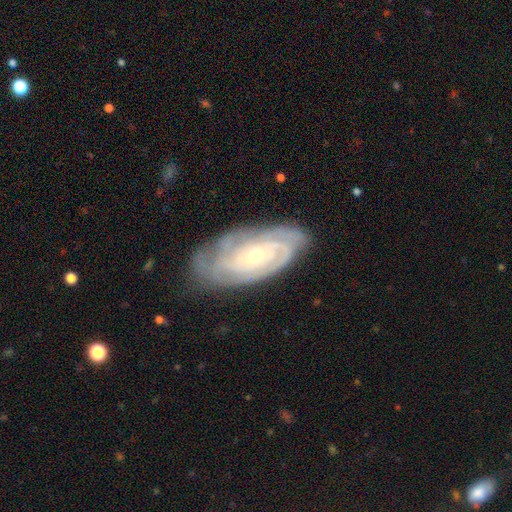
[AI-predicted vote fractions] Smooth or featured? Predicted: featured or disk (p=0.86). Edge-on disk? Predicted: no (p=0.94). Bar? Predicted: no (p=0.71). Spiral arms? Predicted: yes (p=0.97). Spiral winding? Predicted: tight (p=0.76). Spiral arm count? Predicted: can't tell (p=0.26). Bulge size? Predicted: small (p=0.61). Merging? Predicted: none (p=0.77).